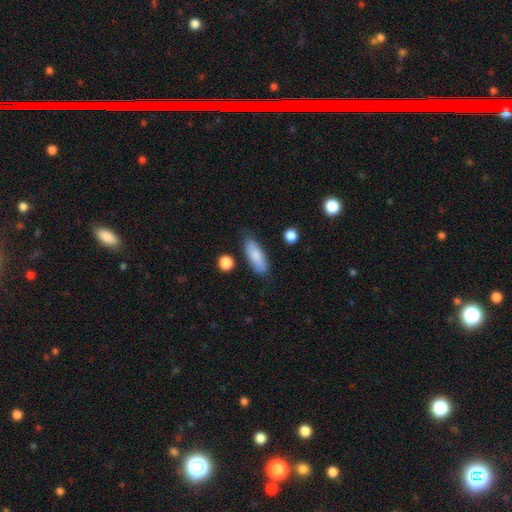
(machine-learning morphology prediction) Smooth or featured: smooth — 82% (featured or disk — 12%)
How rounded: in between — 61% (cigar-shaped — 37%)
Merging: none — 77% (minor disturbance — 16%)